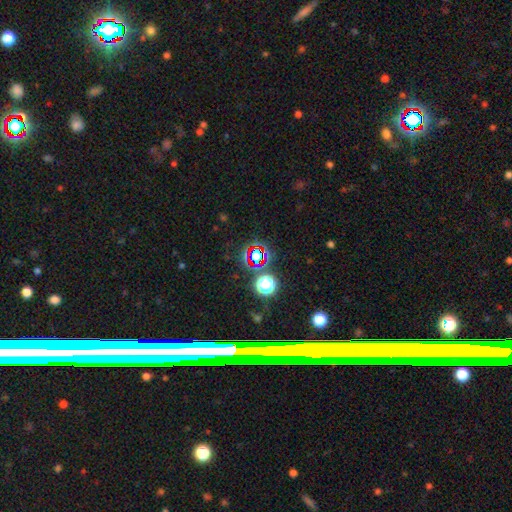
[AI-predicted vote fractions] The model was most divided on "smooth or featured": star or artifact: 67%, smooth: 23%, featured or disk: 10%.